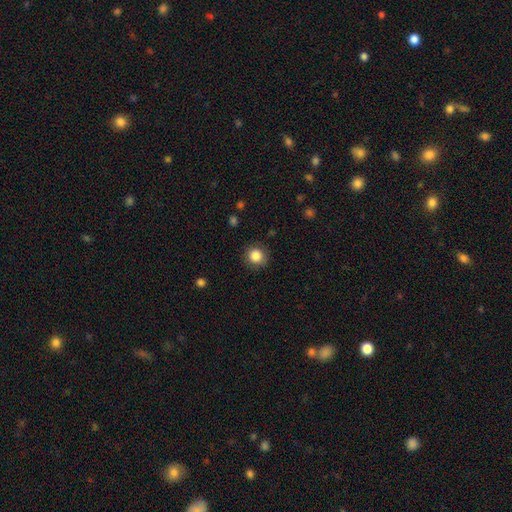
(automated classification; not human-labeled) Smooth or featured?
  - smooth: 85% *
  - star or artifact: 10%
  - featured or disk: 5%
How rounded?
  - round: 90% *
  - in between: 9%
  - cigar-shaped: 1%
Merging?
  - none: 87% *
  - minor disturbance: 9%
  - major disturbance: 3%
  - merger: 1%